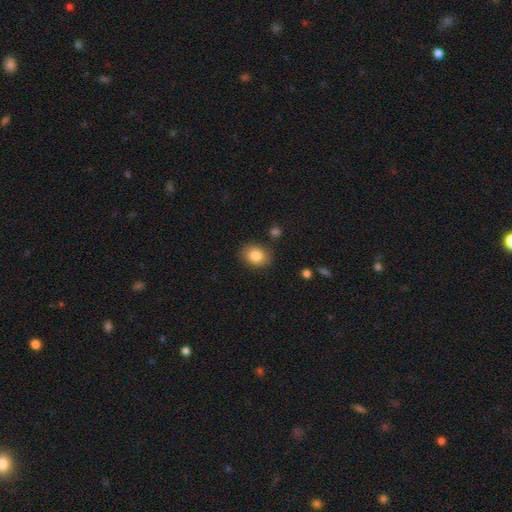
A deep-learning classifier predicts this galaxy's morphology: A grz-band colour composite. It shows a smooth galaxy with no disk features (83%) that is in between round and cigar-shaped (53%). Merging: none (83%).